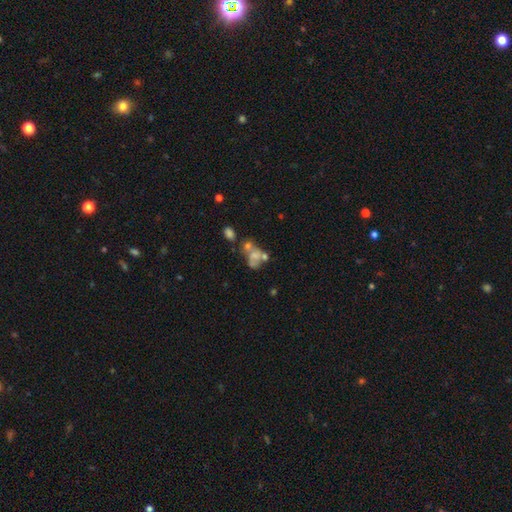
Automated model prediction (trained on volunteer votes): A smooth galaxy with no disk features (43%). Merging: merger (47%).